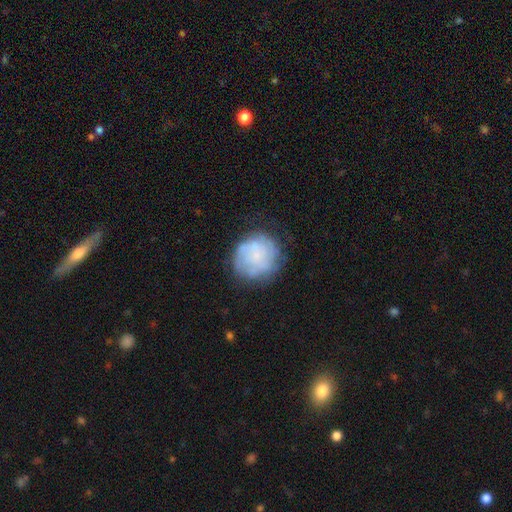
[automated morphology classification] Smooth or featured? smooth (47%)
Merging? none (67%)